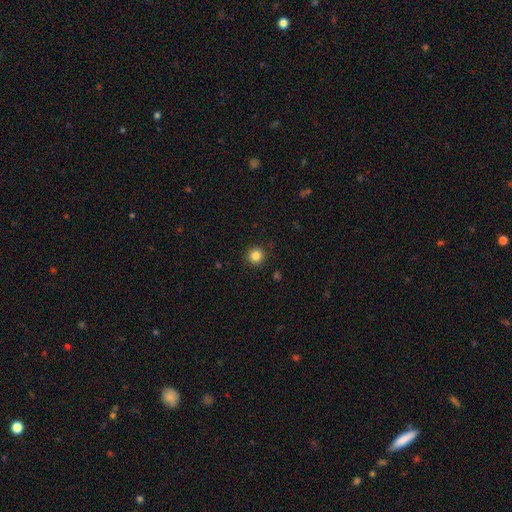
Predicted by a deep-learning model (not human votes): smooth_or_featured: smooth (p=0.84) [alt: star or artifact p=0.11]
how_rounded: round (p=0.95) [alt: in between p=0.04]
merging: none (p=0.92) [alt: minor disturbance p=0.05]